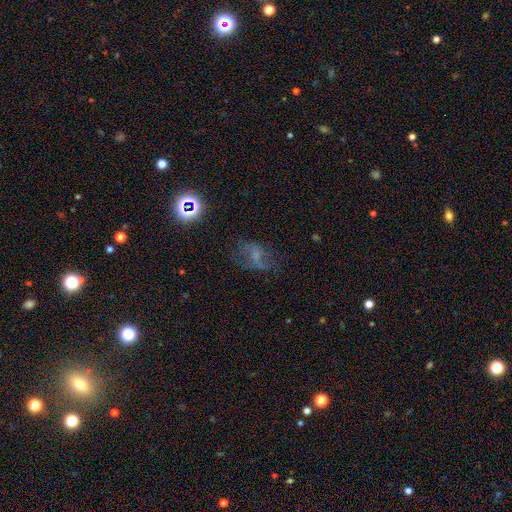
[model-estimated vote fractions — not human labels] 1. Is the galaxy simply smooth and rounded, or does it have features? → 43% featured or disk, 33% smooth, 25% star or artifact.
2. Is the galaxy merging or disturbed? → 47% none, 28% major disturbance, 22% minor disturbance, 3% merger.